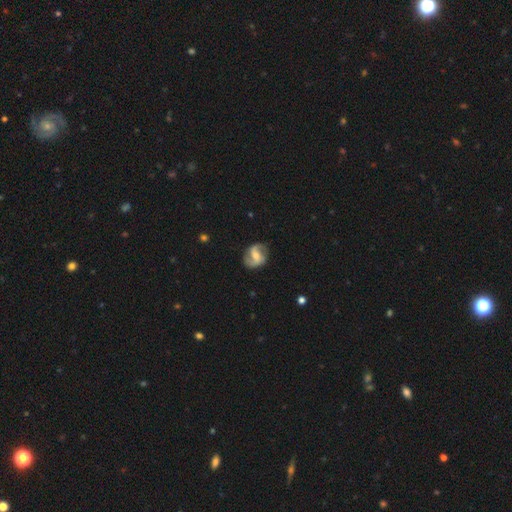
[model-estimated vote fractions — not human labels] Q: Smooth or featured?
A: featured or disk (84%); runner-up: smooth (11%)
Q: Edge-on disk?
A: no (98%); runner-up: yes (2%)
Q: Bar?
A: weak (48%); runner-up: strong (27%)
Q: Spiral arms?
A: yes (96%); runner-up: no (4%)
Q: Spiral winding?
A: medium (46%); runner-up: loose (39%)
Q: Spiral arm count?
A: 2 (91%); runner-up: can't tell (3%)
Q: Bulge size?
A: moderate (51%); runner-up: small (41%)
Q: Merging?
A: none (80%); runner-up: minor disturbance (14%)